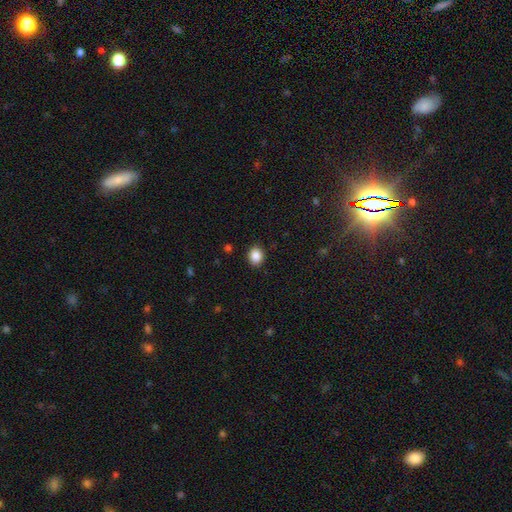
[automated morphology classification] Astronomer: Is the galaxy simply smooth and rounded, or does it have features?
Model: smooth — 87%.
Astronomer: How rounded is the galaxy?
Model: round — 66%.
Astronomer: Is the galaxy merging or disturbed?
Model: none — 91%.